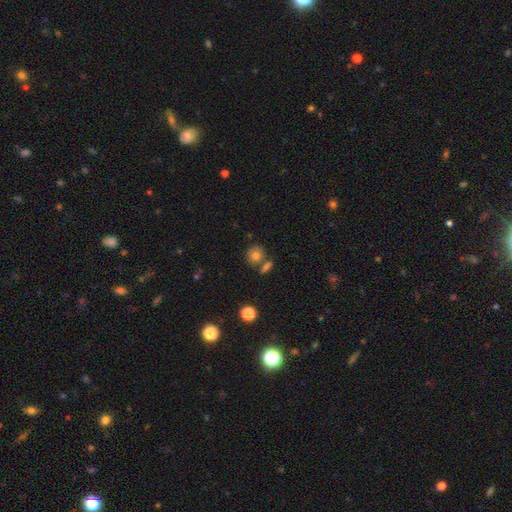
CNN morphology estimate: This appears to be a smooth galaxy with no disk features (76%) that is round (79%). Merging: none (65%).